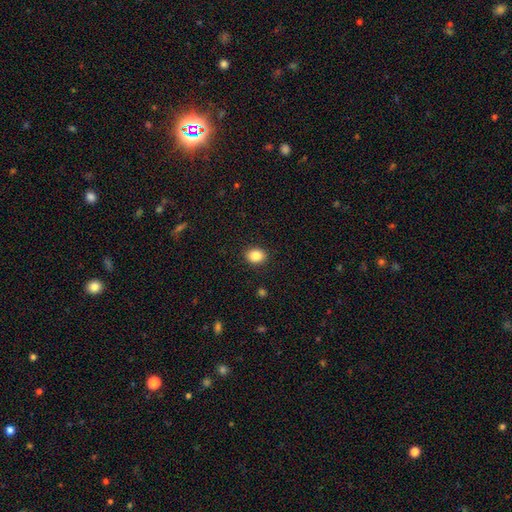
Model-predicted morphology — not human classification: The model was most divided on "how rounded": round: 53%, in between: 46%, cigar-shaped: 1%. More confident: merging — none (90%); smooth or featured — smooth (85%).